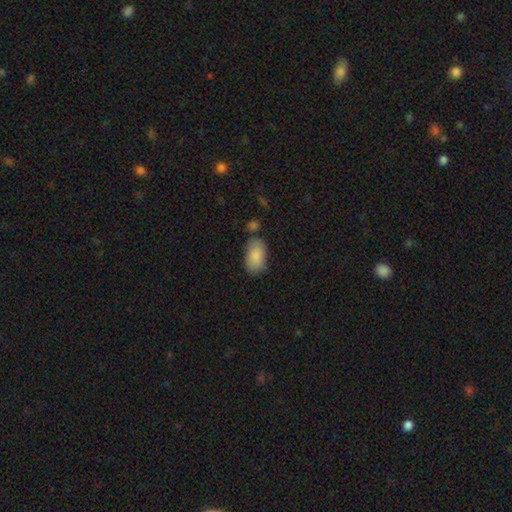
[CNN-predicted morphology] This appears to be a smooth galaxy with no disk features (88%) that is in between round and cigar-shaped (94%). Merging: none (71%).